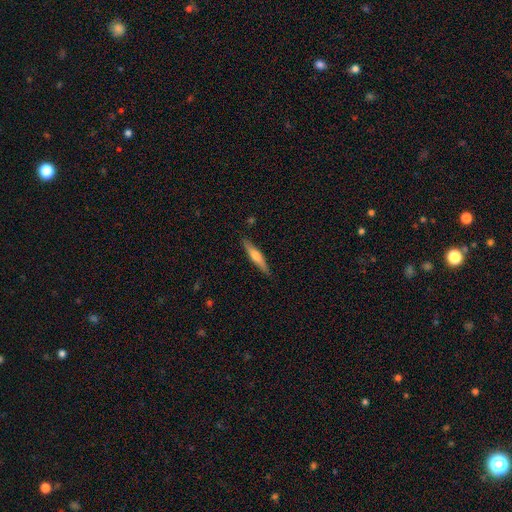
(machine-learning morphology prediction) A smooth galaxy with no disk features (48%). Merging: none (88%).